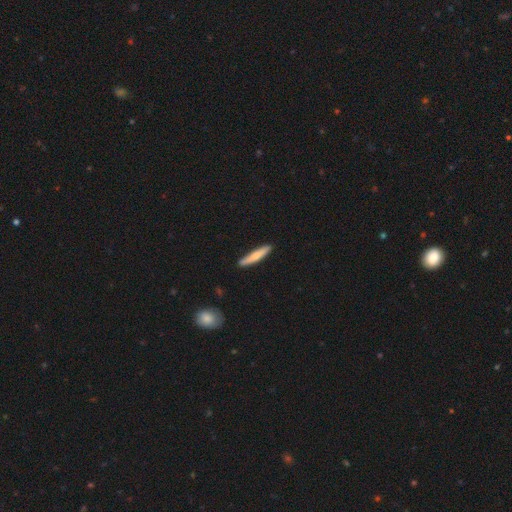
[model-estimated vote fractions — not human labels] Overall: smooth (65%; featured or disk 29%). How rounded: cigar-shaped (91%). Merging: none (89%).